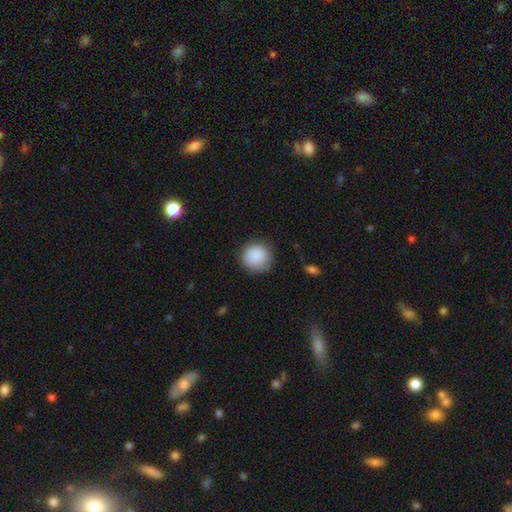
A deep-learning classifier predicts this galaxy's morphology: A smooth galaxy with no disk features (89%) that is round (93%). Merging: none (86%).